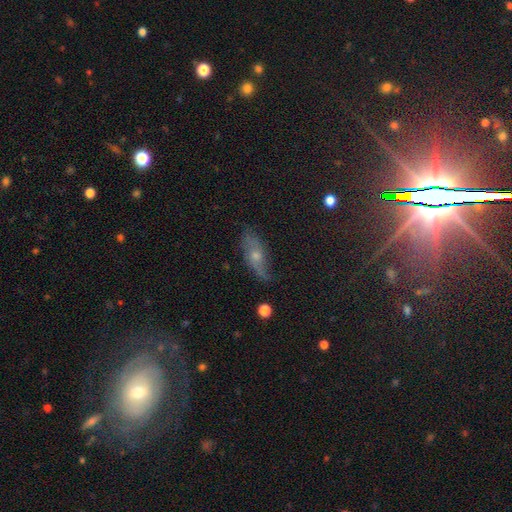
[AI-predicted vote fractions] Smooth or featured? Predicted: featured or disk (p=0.52). Edge-on disk? Predicted: no (p=0.67). Merging? Predicted: none (p=0.64).